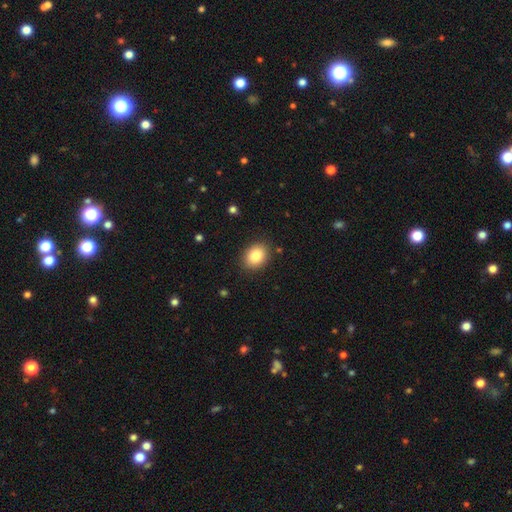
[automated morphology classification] type=smooth (86%); roundness=in between (59%); merging=none (88%).